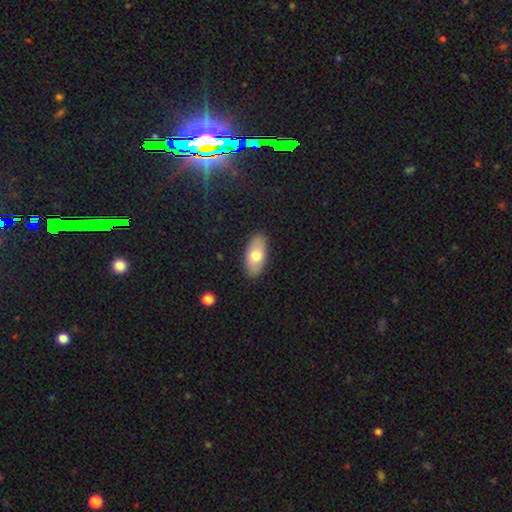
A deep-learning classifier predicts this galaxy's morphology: smooth 70%, featured or disk 24%, star or artifact 6%. Down the decision tree: how rounded — in between (92%); merging — none (88%).